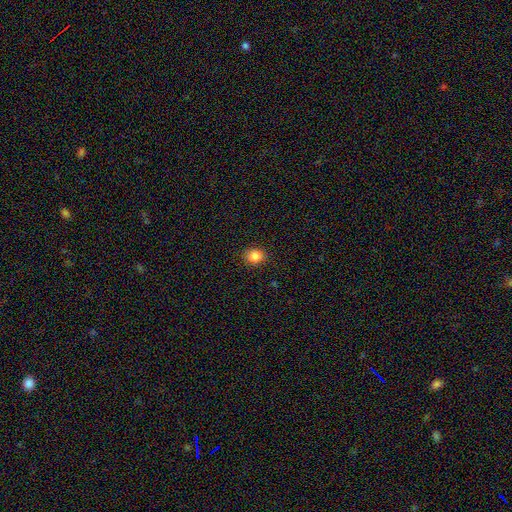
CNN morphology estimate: Smooth or featured? Predicted: smooth (p=0.85). How rounded? Predicted: round (p=0.64). Merging? Predicted: none (p=0.88).